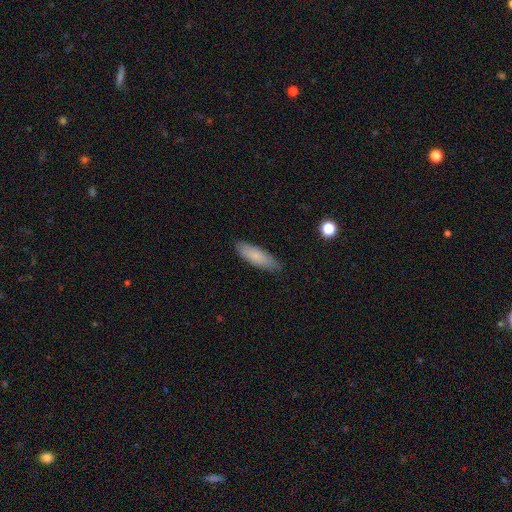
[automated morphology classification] Overall: smooth (82%). How rounded: in between (52%; cigar-shaped 47%). Merging: none (85%).